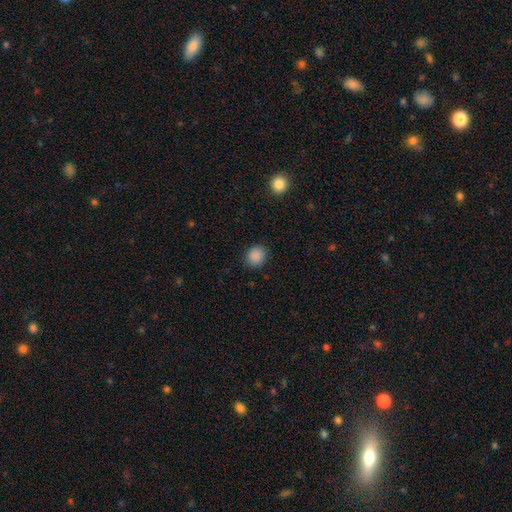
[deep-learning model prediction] The model was most divided on "how rounded": round: 77%, in between: 22%, cigar-shaped: 1%. More confident: merging — none (88%); smooth or featured — smooth (88%).